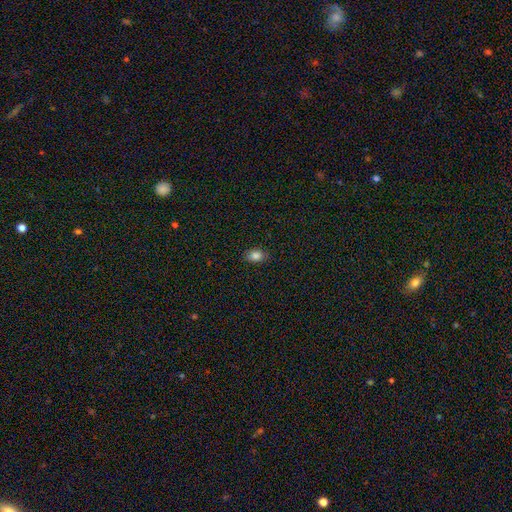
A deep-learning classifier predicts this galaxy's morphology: Smooth or featured?
  - smooth: 85% *
  - star or artifact: 10%
  - featured or disk: 5%
How rounded?
  - in between: 76% *
  - round: 22%
  - cigar-shaped: 2%
Merging?
  - none: 85% *
  - minor disturbance: 12%
  - major disturbance: 2%
  - merger: 1%